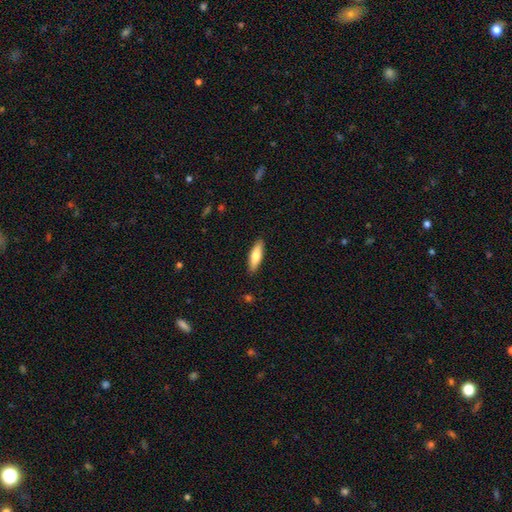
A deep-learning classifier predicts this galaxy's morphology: smooth-or-featured: smooth: 74% | featured or disk: 20% | star or artifact: 6%
  how-rounded: cigar-shaped: 52% | in between: 46% | round: 2%
  merging: none: 89% | minor disturbance: 8% | major disturbance: 2% | merger: 1%